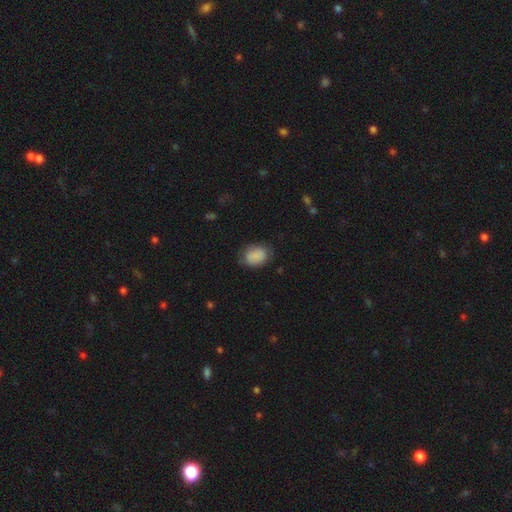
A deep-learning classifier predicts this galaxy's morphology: Smooth or featured? Predicted: smooth (p=0.84). How rounded? Predicted: in between (p=0.68). Merging? Predicted: none (p=0.70).